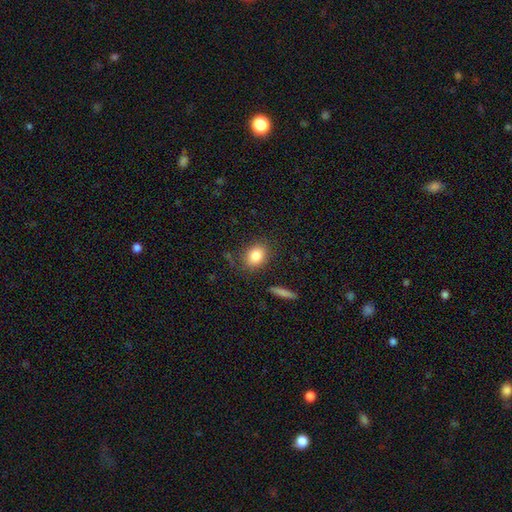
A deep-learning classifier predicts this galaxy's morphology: Q: Smooth or featured?
A: smooth (84%); runner-up: star or artifact (9%)
Q: How rounded?
A: in between (63%); runner-up: round (35%)
Q: Merging?
A: none (82%); runner-up: minor disturbance (12%)